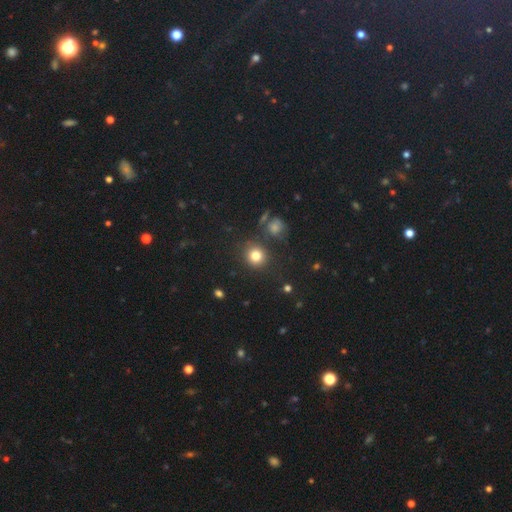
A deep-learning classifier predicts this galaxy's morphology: smooth-or-featured: smooth: 81% | star or artifact: 13% | featured or disk: 6%
  how-rounded: round: 89% | in between: 10% | cigar-shaped: 1%
  merging: none: 83% | minor disturbance: 8% | merger: 5% | major disturbance: 4%